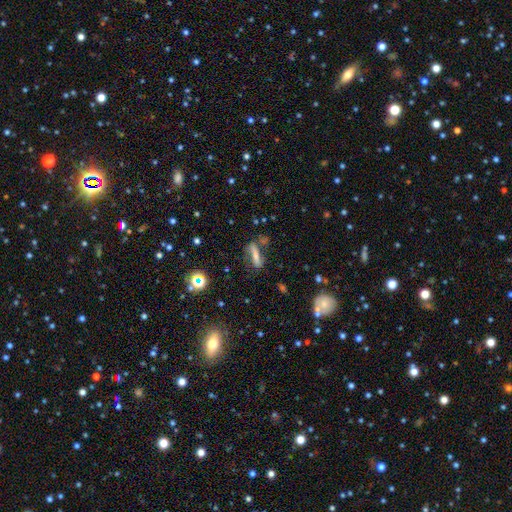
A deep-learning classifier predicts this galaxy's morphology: Smooth or featured: featured or disk — 44% (smooth — 40%)
Merging: none — 58% (minor disturbance — 20%)